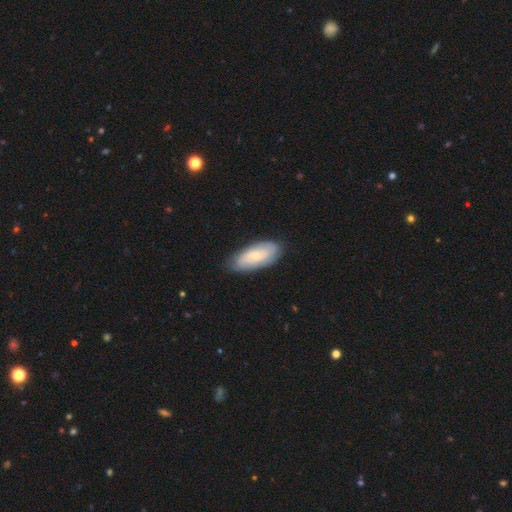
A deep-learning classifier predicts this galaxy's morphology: Smooth or featured?
  - featured or disk: 48% *
  - smooth: 46%
  - star or artifact: 6%
Merging?
  - none: 79% *
  - minor disturbance: 16%
  - major disturbance: 3%
  - merger: 1%